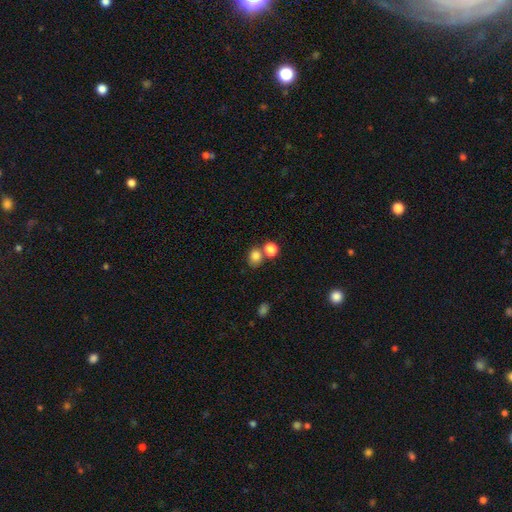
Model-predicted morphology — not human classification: Smooth or featured? smooth (81%)
How rounded? round (62%)
Merging? none (58%)